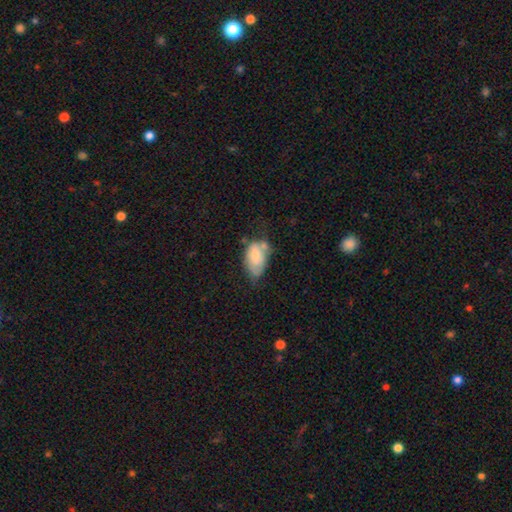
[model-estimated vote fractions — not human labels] smooth-or-featured: smooth: 68% | featured or disk: 24% | star or artifact: 7%
  how-rounded: in between: 91% | round: 8% | cigar-shaped: 2%
  merging: minor disturbance: 36% | none: 29% | merger: 17% | major disturbance: 17%